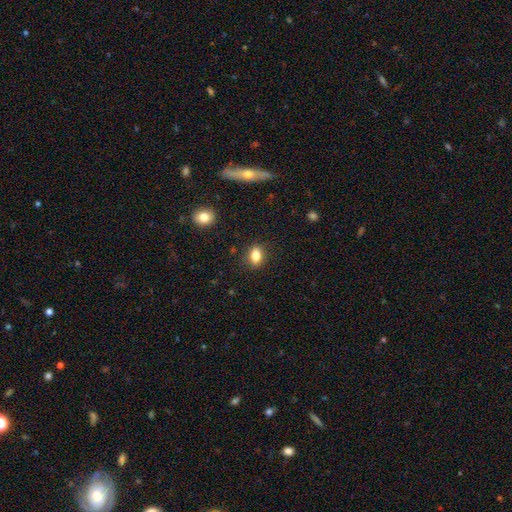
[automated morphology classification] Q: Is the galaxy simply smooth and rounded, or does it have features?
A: smooth — 82%.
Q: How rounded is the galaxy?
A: in between — 78%.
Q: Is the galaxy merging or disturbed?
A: none — 86%.